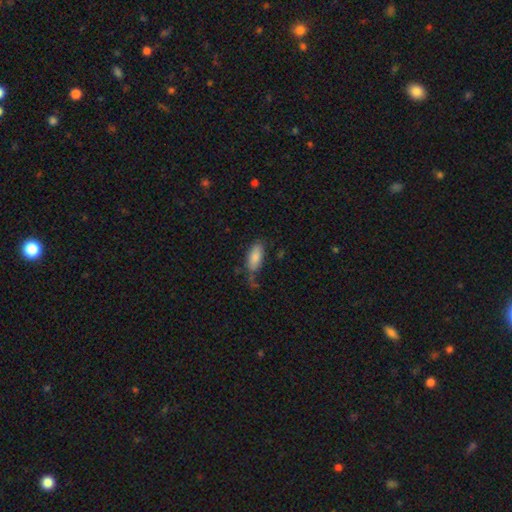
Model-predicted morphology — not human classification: This appears to be a smooth galaxy with no disk features (82%) that is in between round and cigar-shaped (88%). Merging: none (54%).